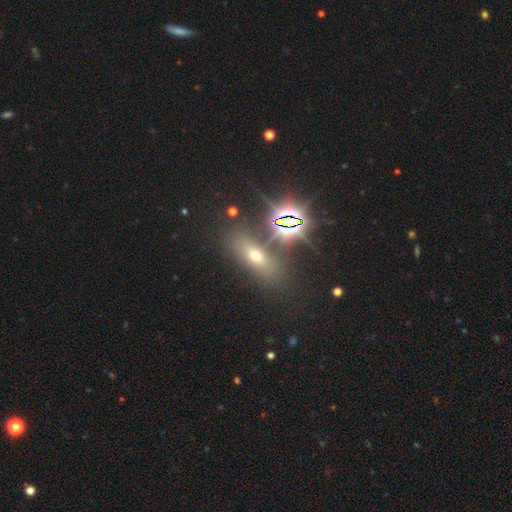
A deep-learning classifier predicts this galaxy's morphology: Q: Smooth or featured?
A: smooth (43%); runner-up: star or artifact (38%)
Q: Merging?
A: none (74%); runner-up: minor disturbance (11%)